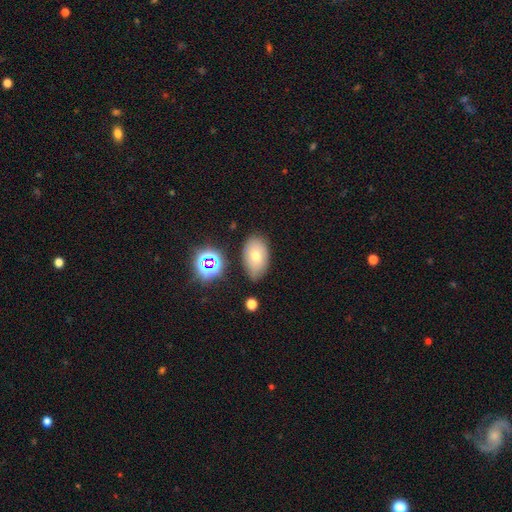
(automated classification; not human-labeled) Overall: smooth (63%). How rounded: in between (88%). Merging: none (75%).